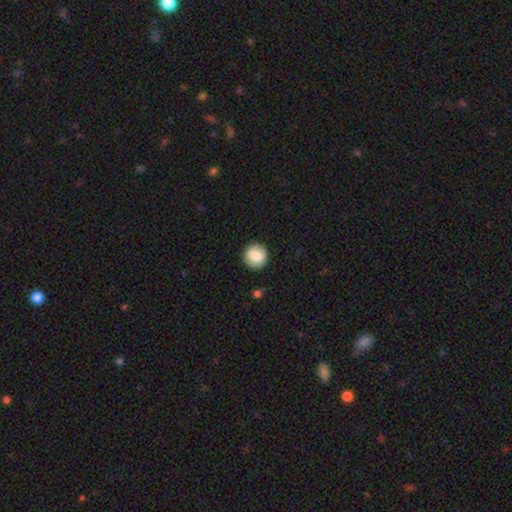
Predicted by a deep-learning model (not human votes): smooth 87%, star or artifact 7%, featured or disk 6%. Down the decision tree: how rounded — round (90%); merging — none (89%).